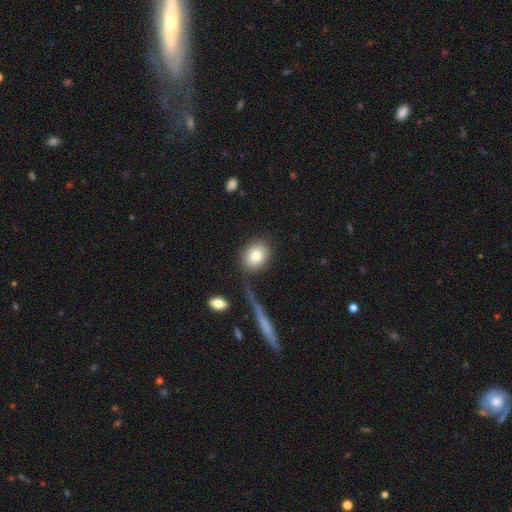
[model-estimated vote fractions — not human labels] Morphology: type=smooth (81%); roundness=round (57%); merging=none (81%).